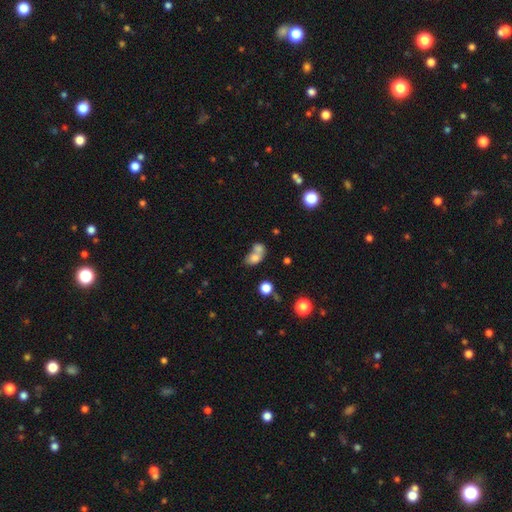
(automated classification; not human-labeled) smooth_or_featured: smooth (p=0.73) [alt: featured or disk p=0.15]
how_rounded: in between (p=0.64) [alt: round p=0.34]
merging: merger (p=0.67) [alt: none p=0.21]